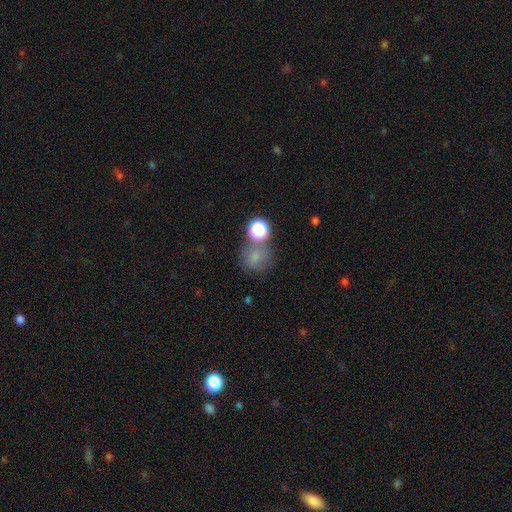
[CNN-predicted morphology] The model was most divided on "merging": none: 57%, merger: 21%, minor disturbance: 14%, major disturbance: 8%. More confident: how rounded — round (81%); smooth or featured — smooth (68%).